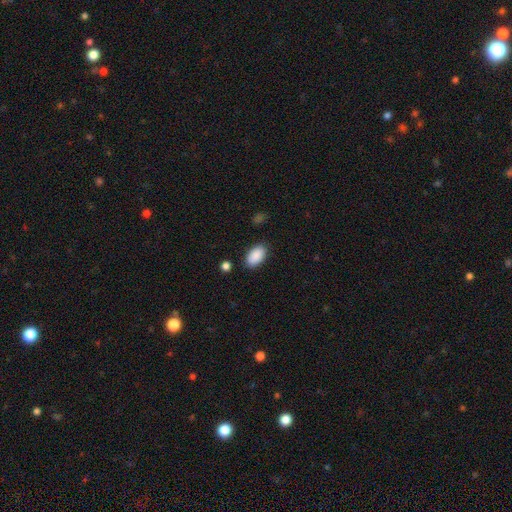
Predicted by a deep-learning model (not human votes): This is clearly a smooth galaxy (90%). How rounded: clearly in between (94%). Merging: clearly none (85%).